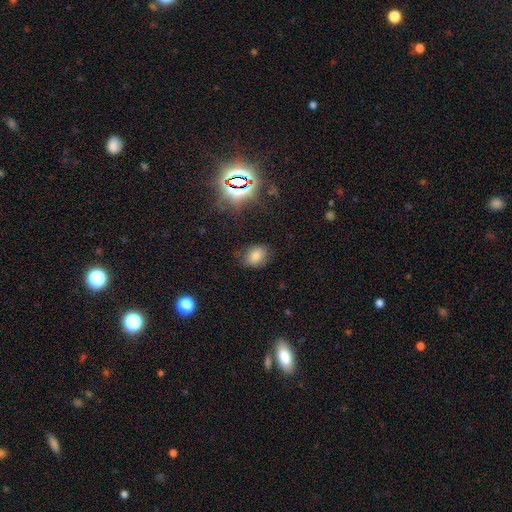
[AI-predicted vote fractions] Overall: smooth (64%). How rounded: in between (57%; round 41%). Merging: none (77%).